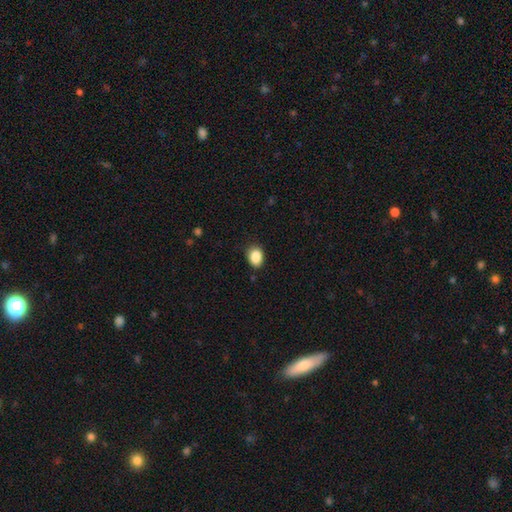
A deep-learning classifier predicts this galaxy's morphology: Smooth or featured? smooth (88%)
How rounded? in between (67%)
Merging? none (81%)